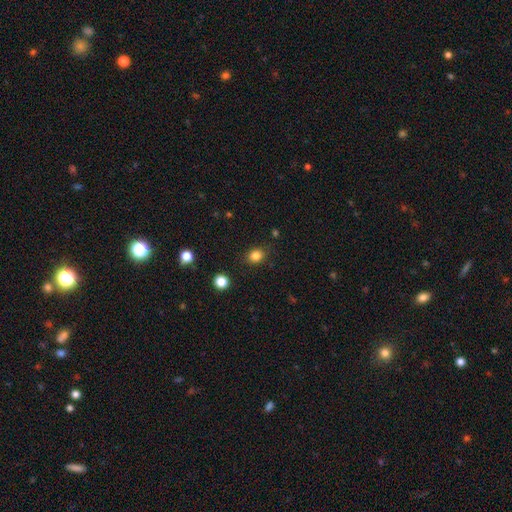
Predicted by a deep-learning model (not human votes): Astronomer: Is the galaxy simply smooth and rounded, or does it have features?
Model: smooth — 83%.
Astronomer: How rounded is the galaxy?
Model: round — 56% (runner-up: in between, 43%).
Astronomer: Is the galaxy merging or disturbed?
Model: none — 85%.